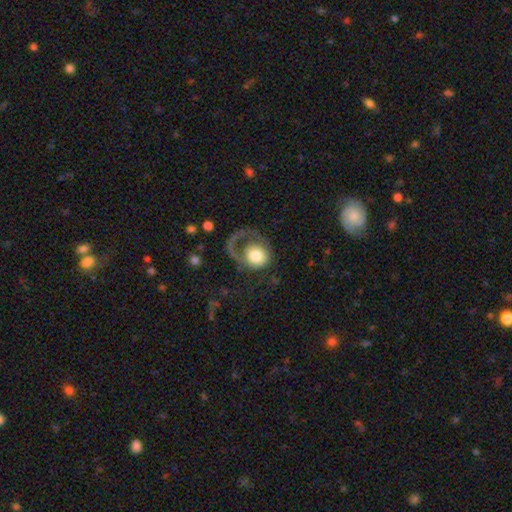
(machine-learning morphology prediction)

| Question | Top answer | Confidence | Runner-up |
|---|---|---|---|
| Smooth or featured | smooth | 51% | featured or disk (41%) |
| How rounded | round | 72% | in between (27%) |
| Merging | major disturbance | 57% | none (25%) |